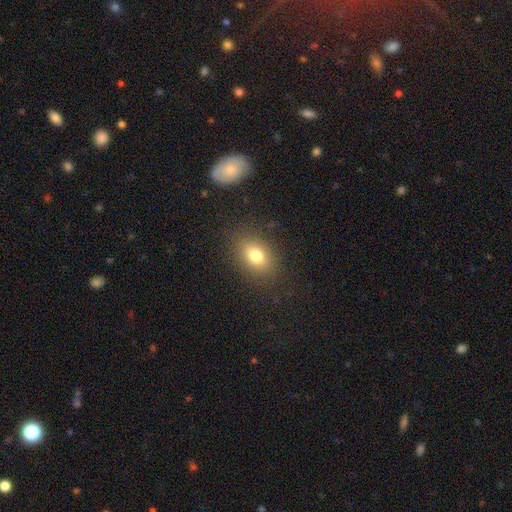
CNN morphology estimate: This is likely a smooth galaxy (77%). How rounded: likely in between (72%). Merging: clearly none (85%).